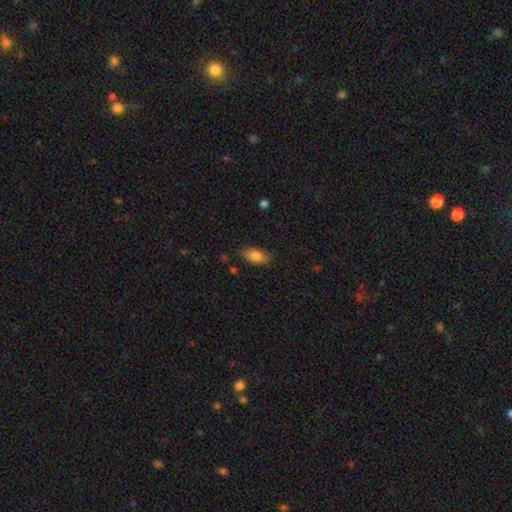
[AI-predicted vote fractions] smooth_or_featured: smooth (p=0.82) [alt: featured or disk p=0.11]
how_rounded: in between (p=0.90) [alt: cigar-shaped p=0.06]
merging: none (p=0.84) [alt: minor disturbance p=0.12]